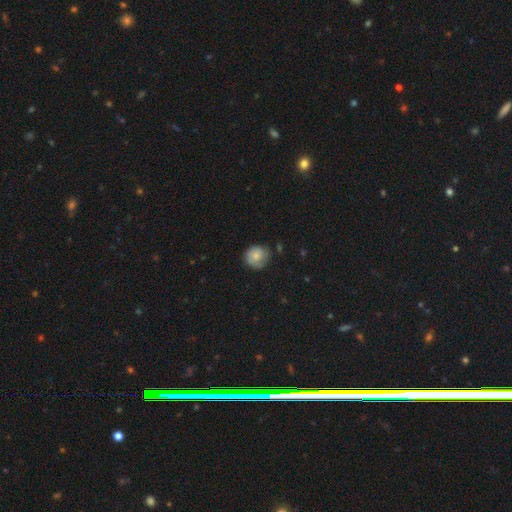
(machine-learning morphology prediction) The model was most divided on "smooth or featured": smooth: 66%, featured or disk: 26%, star or artifact: 8%. More confident: how rounded — round (85%); merging — none (67%).